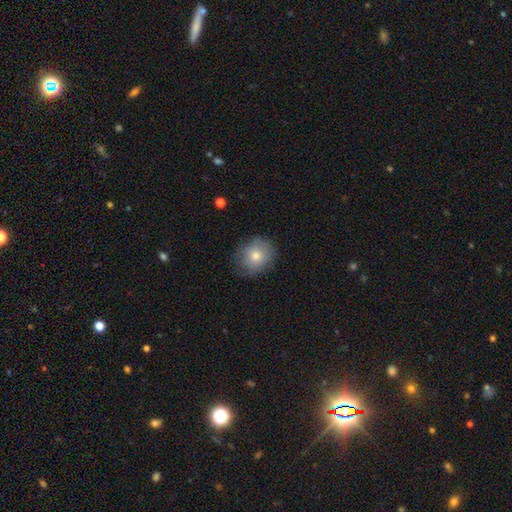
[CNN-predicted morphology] A smooth galaxy with no disk features (73%) that is round (76%). Merging: none (77%).